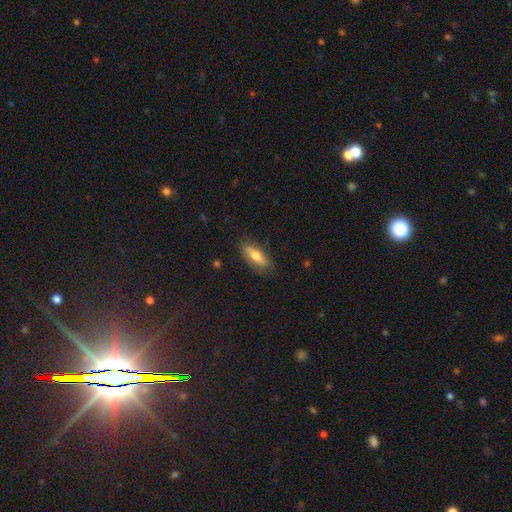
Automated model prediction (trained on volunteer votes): This is likely a smooth galaxy (64%). How rounded: possibly in between (53%). Merging: clearly none (83%).